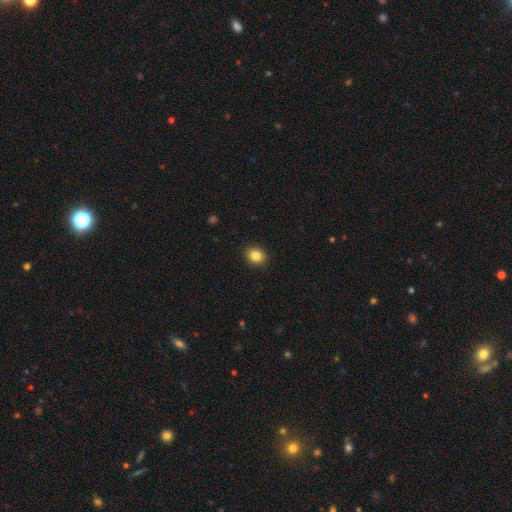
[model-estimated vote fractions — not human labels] Smooth or featured?
  - smooth: 86% *
  - star or artifact: 10%
  - featured or disk: 4%
How rounded?
  - round: 53% *
  - in between: 46%
  - cigar-shaped: 1%
Merging?
  - none: 91% *
  - minor disturbance: 6%
  - major disturbance: 2%
  - merger: 1%